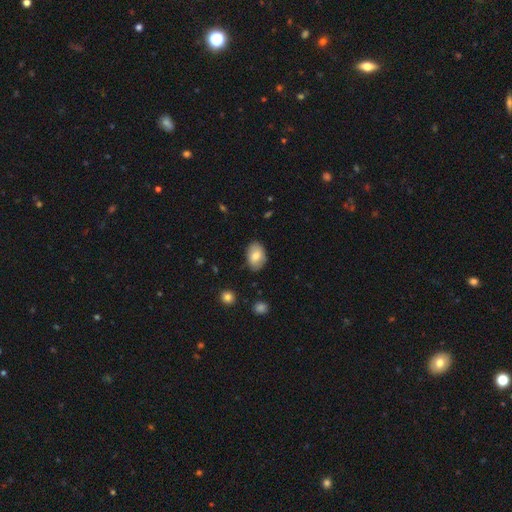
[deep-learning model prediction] A smooth galaxy with no disk features (77%) that is in between round and cigar-shaped (86%).

Vote fractions:
- Smooth or featured? smooth: 77% / featured or disk: 16% / star or artifact: 7%
- How rounded? in between: 86% / round: 13% / cigar-shaped: 1%
- Merging? none: 81% / minor disturbance: 15% / major disturbance: 3% / merger: 1%